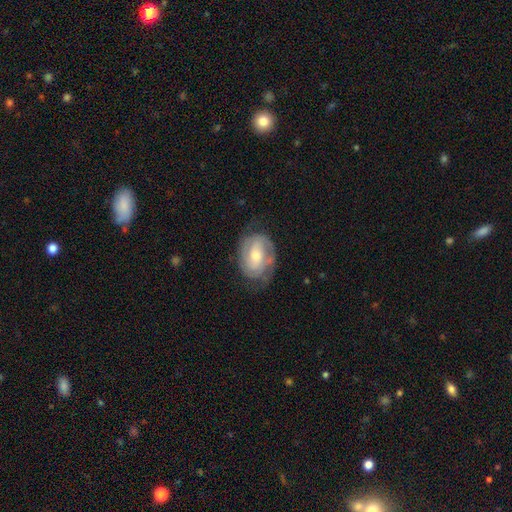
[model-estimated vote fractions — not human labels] This appears to be a featured or disk galaxy (72%) with no bar (45%), 2 (62%) tight (52%) spiral arms (87%) and a moderate central bulge (59%). Merging: none (64%).